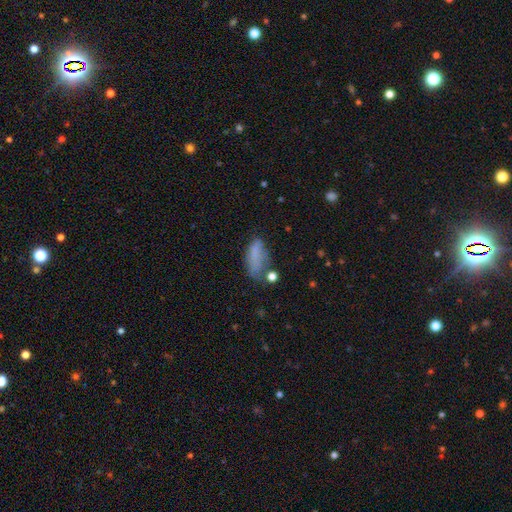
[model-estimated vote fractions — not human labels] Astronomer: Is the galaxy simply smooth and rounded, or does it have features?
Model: smooth — 73%.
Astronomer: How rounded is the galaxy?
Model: in between — 77%.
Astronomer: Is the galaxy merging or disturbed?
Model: none — 44% (runner-up: minor disturbance, 30%).